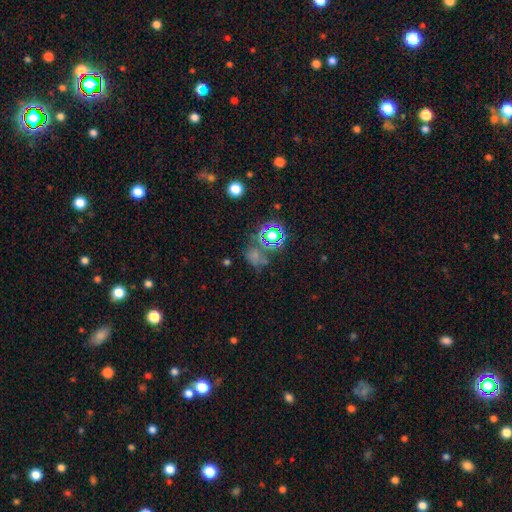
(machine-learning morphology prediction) Smooth or featured? smooth (47%)
Merging? none (51%)